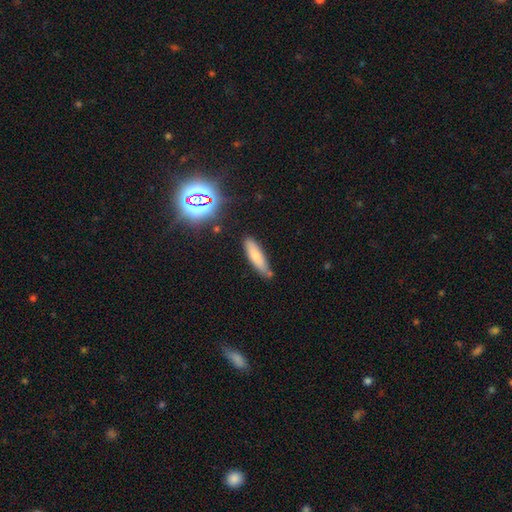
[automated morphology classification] This is likely a smooth galaxy (74%). How rounded: likely cigar-shaped (67%). Merging: likely none (69%).